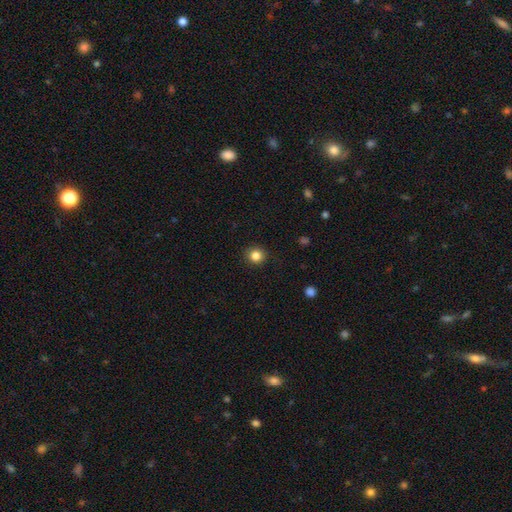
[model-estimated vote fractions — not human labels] A smooth galaxy with no disk features (85%) that is round (91%).

Vote fractions:
- Smooth or featured? smooth: 85% / star or artifact: 11% / featured or disk: 4%
- How rounded? round: 91% / in between: 9% / cigar-shaped: 1%
- Merging? none: 90% / minor disturbance: 7% / major disturbance: 2% / merger: 1%